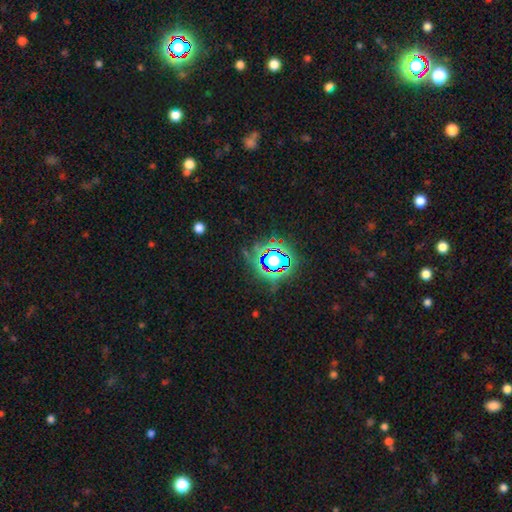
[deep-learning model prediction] Q: Smooth or featured?
A: star or artifact (79%); runner-up: smooth (12%)